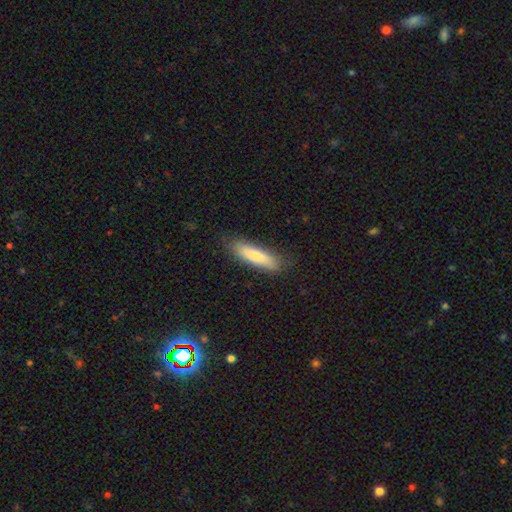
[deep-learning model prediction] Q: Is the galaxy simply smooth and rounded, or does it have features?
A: smooth — 80%.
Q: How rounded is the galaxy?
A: cigar-shaped — 71%.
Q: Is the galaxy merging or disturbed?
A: none — 83%.